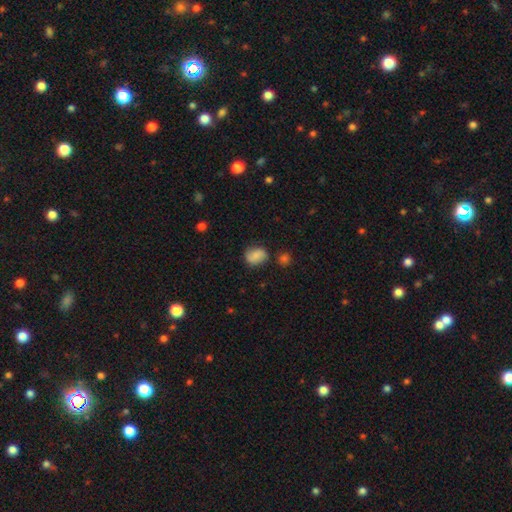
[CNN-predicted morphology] This appears to be a smooth galaxy with no disk features (76%) that is in between round and cigar-shaped (62%). Merging: none (70%).